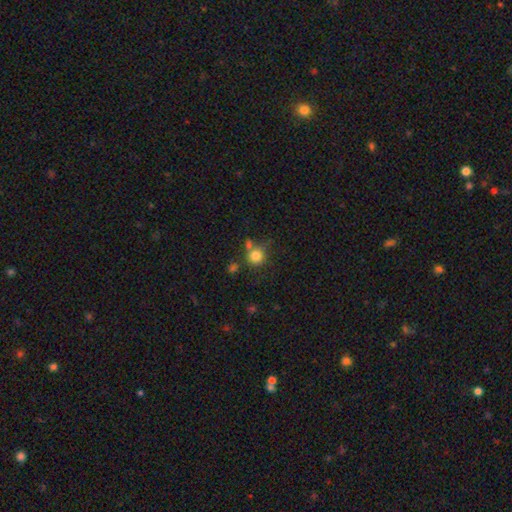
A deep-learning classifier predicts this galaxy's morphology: smooth_or_featured: smooth (p=0.81) [alt: star or artifact p=0.12]
how_rounded: round (p=0.89) [alt: in between p=0.10]
merging: none (p=0.62) [alt: merger p=0.19]